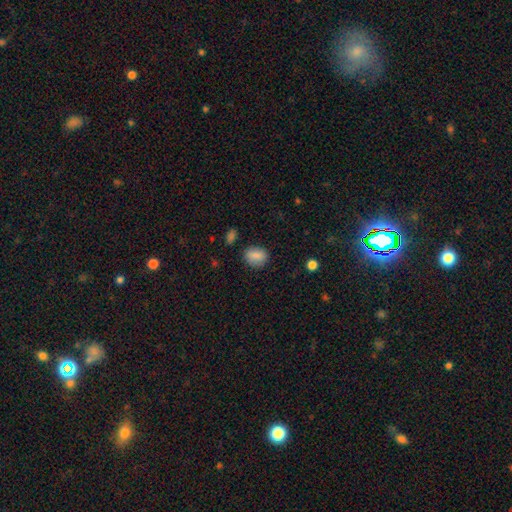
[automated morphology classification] smooth_or_featured: smooth (p=0.85) [alt: star or artifact p=0.09]
how_rounded: in between (p=0.57) [alt: round p=0.42]
merging: none (p=0.81) [alt: minor disturbance p=0.13]